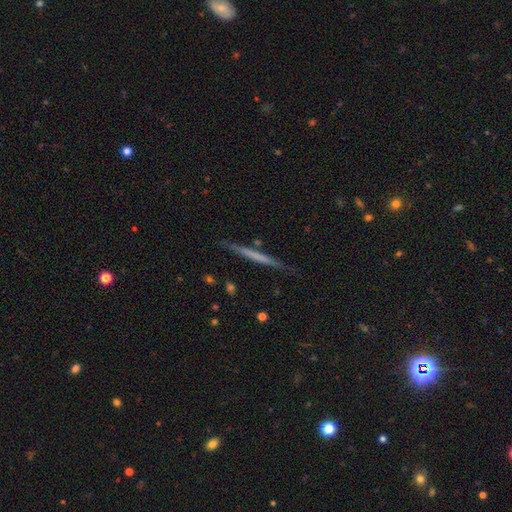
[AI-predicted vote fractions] Smooth or featured? featured or disk (52%)
Edge-on disk? yes (97%)
Edge-on bulge? none (89%)
Merging? none (86%)